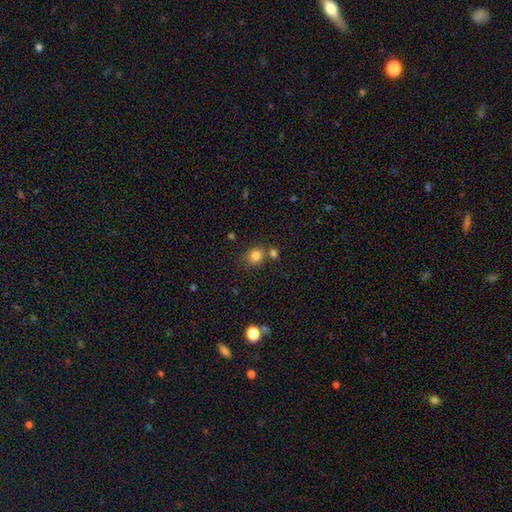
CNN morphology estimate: Smooth or featured? Predicted: smooth (p=0.83). How rounded? Predicted: round (p=0.80). Merging? Predicted: none (p=0.65).